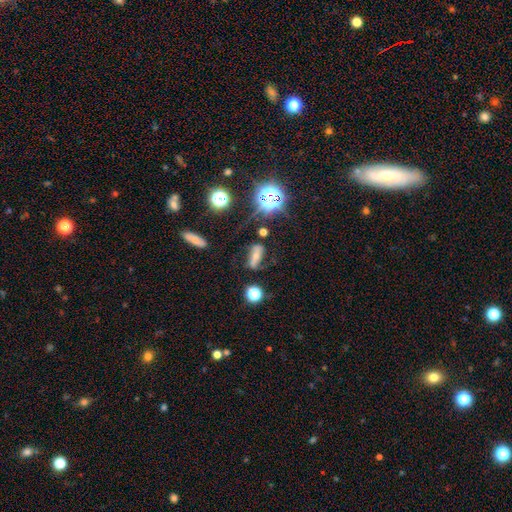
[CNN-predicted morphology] A featured or disk galaxy (46%).

Vote fractions:
- Smooth or featured? featured or disk: 46% / smooth: 31% / star or artifact: 23%
- Merging? none: 61% / minor disturbance: 20% / major disturbance: 13% / merger: 5%